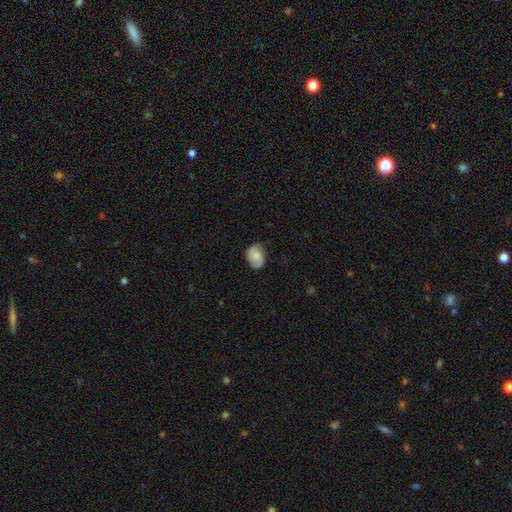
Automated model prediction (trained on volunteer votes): A smooth galaxy with no disk features (59%) that is in between round and cigar-shaped (66%).

Vote fractions:
- Smooth or featured? smooth: 59% / featured or disk: 33% / star or artifact: 8%
- How rounded? in between: 66% / round: 33% / cigar-shaped: 1%
- Merging? none: 72% / minor disturbance: 22% / major disturbance: 5% / merger: 1%